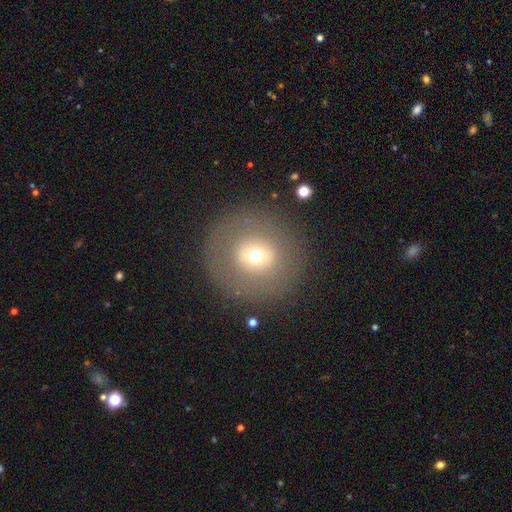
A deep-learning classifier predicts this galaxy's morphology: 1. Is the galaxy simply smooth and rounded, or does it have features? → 57% smooth, 30% featured or disk, 13% star or artifact.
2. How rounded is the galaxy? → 93% round, 6% in between, 1% cigar-shaped.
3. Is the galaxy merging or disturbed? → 84% none, 8% minor disturbance, 6% major disturbance, 2% merger.